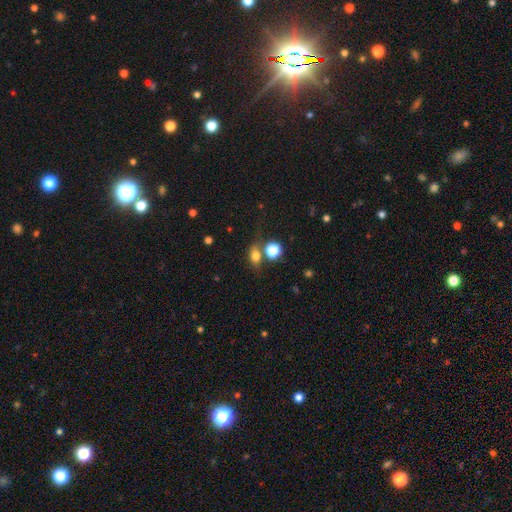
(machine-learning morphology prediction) smooth_or_featured: smooth (p=0.73) [alt: star or artifact p=0.15]
how_rounded: in between (p=0.65) [alt: round p=0.30]
merging: none (p=0.59) [alt: merger p=0.18]